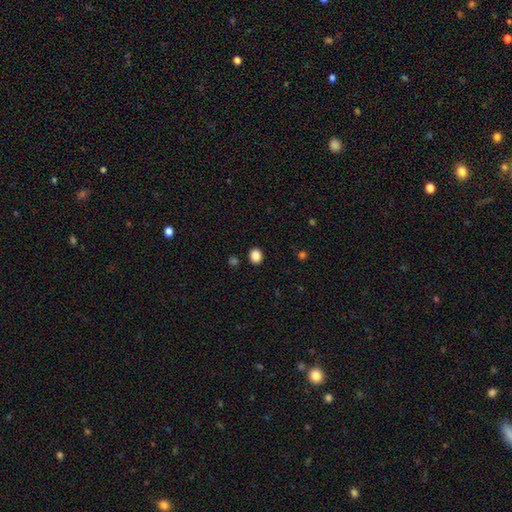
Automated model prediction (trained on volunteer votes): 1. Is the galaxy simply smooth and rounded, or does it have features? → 87% smooth, 10% star or artifact, 3% featured or disk.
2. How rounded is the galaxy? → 69% round, 30% in between, 1% cigar-shaped.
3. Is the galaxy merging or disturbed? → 91% none, 6% minor disturbance, 2% major disturbance, 2% merger.